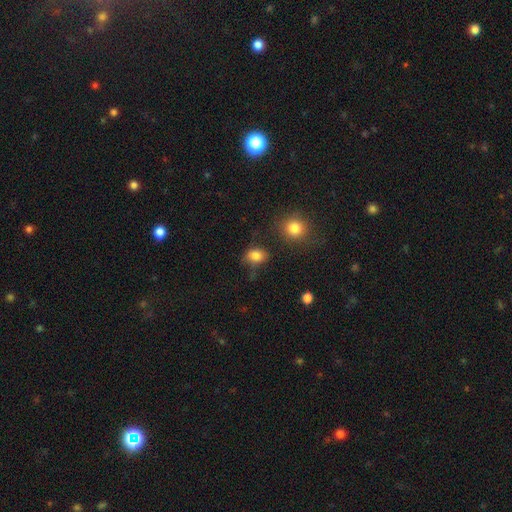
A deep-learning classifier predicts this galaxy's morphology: Overall: smooth (82%). How rounded: in between (64%; round 34%). Merging: none (65%).